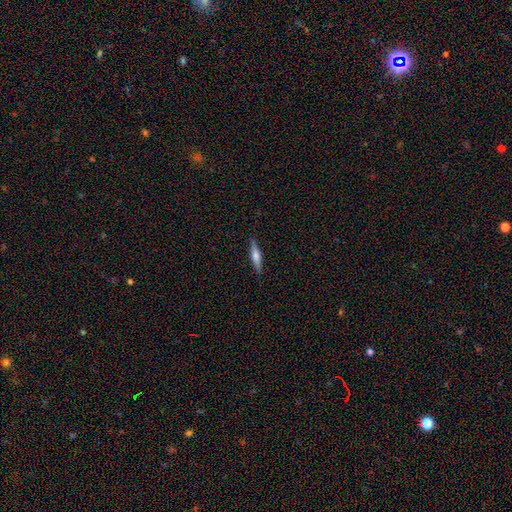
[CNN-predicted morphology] This appears to be a smooth galaxy with no disk features (51%) that is cigar-shaped (84%). Merging: none (87%).